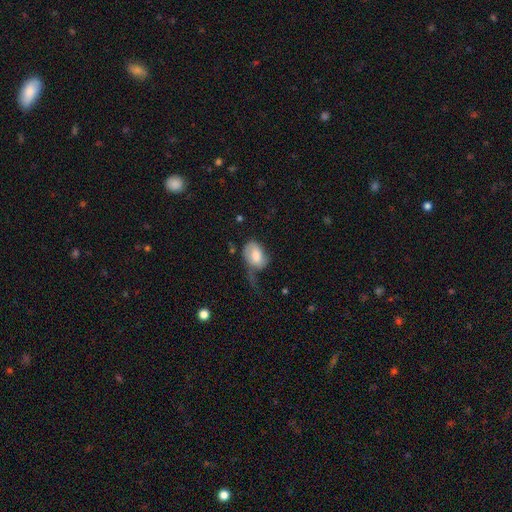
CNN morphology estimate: smooth 64%, featured or disk 30%, star or artifact 7%. Down the decision tree: how rounded — in between (83%); merging — major disturbance (48%).